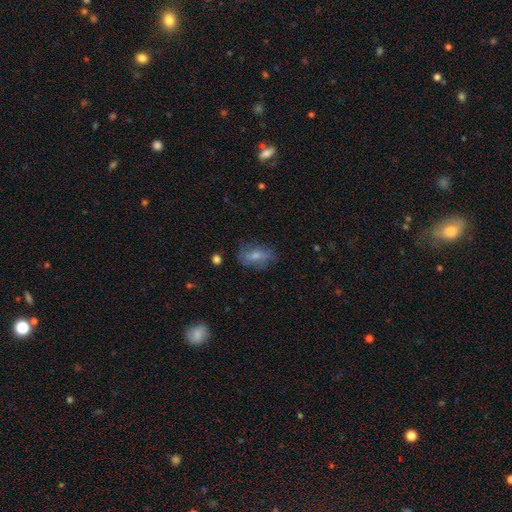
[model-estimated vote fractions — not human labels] The model was most divided on "smooth or featured": smooth: 59%, featured or disk: 32%, star or artifact: 9%. More confident: how rounded — in between (84%); merging — none (63%).